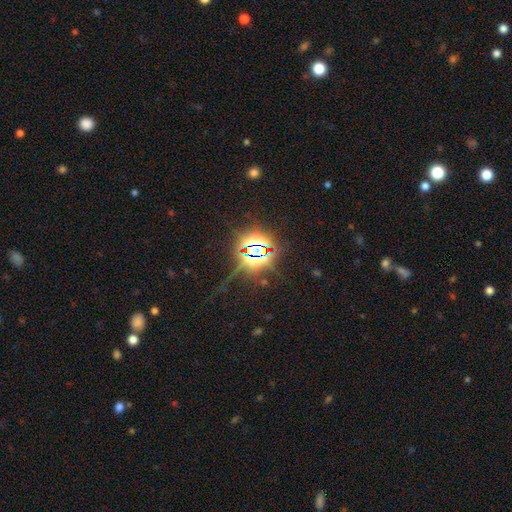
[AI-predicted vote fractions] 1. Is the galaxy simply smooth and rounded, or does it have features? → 82% star or artifact, 10% smooth, 8% featured or disk.